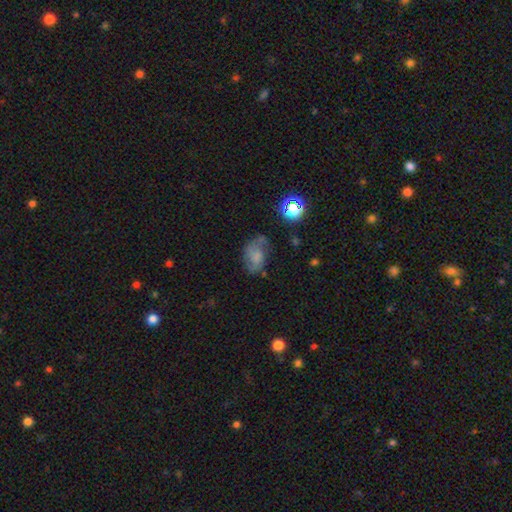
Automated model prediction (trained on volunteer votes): This is possibly a smooth galaxy (47%). Merging: possibly none (48%).